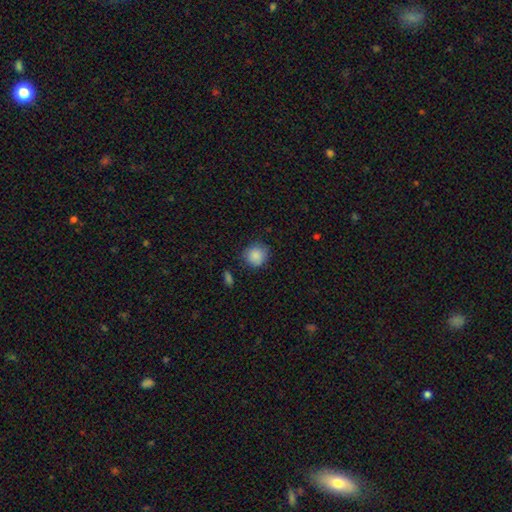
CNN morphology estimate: A smooth galaxy with no disk features (87%) that is round (87%).

Vote fractions:
- Smooth or featured? smooth: 87% / star or artifact: 8% / featured or disk: 5%
- How rounded? round: 87% / in between: 12% / cigar-shaped: 1%
- Merging? none: 79% / minor disturbance: 16% / major disturbance: 4% / merger: 2%